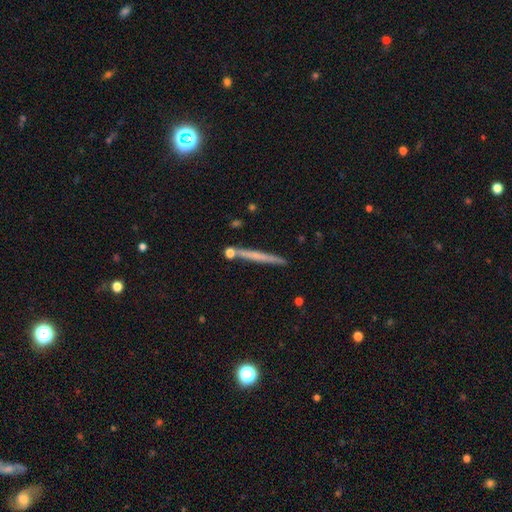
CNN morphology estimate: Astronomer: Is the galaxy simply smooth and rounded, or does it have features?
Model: smooth — 47% (runner-up: featured or disk, 45%).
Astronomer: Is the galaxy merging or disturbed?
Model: none — 85%.